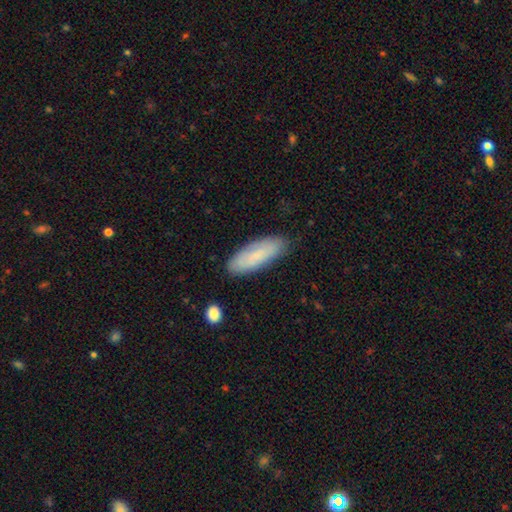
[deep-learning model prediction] Morphology: type=smooth (75%); roundness=in between (59%); merging=none (83%).